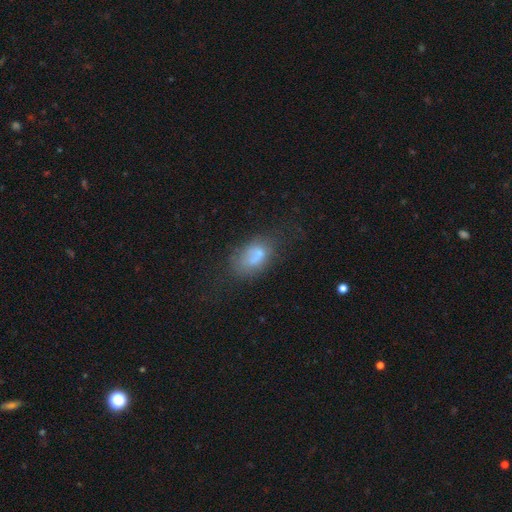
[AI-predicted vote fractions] A smooth galaxy with no disk features (59%) that is in between round and cigar-shaped (87%).

Vote fractions:
- Smooth or featured? smooth: 59% / featured or disk: 29% / star or artifact: 13%
- How rounded? in between: 87% / round: 10% / cigar-shaped: 3%
- Merging? none: 37% / minor disturbance: 24% / major disturbance: 23% / merger: 16%